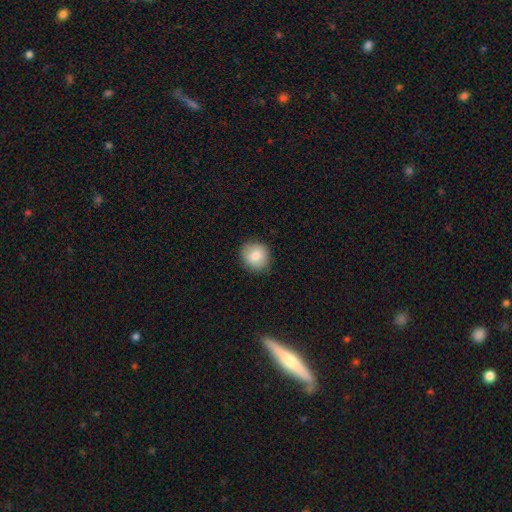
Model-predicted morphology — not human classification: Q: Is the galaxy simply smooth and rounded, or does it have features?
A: smooth — 82%.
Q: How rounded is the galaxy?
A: round — 82%.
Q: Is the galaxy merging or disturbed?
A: none — 85%.